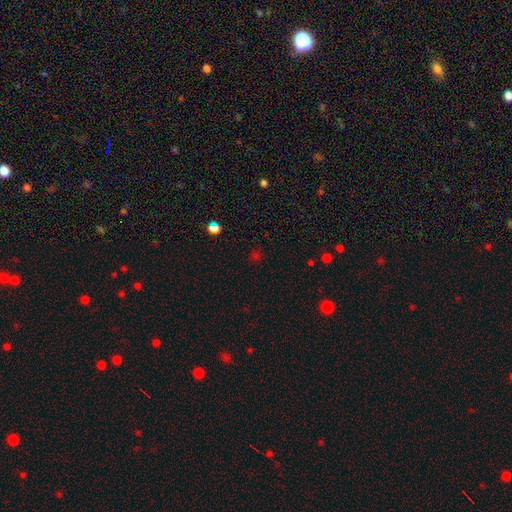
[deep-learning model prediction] Overall: star or artifact (48%; smooth 46%).